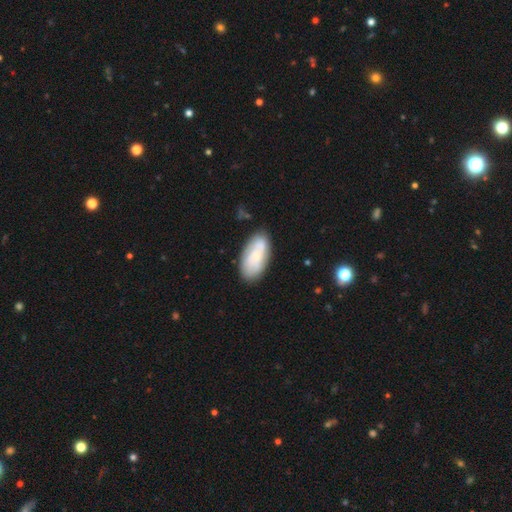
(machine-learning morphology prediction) Smooth or featured?
  - smooth: 50% *
  - featured or disk: 43%
  - star or artifact: 7%
How rounded?
  - in between: 91% *
  - cigar-shaped: 6%
  - round: 3%
Merging?
  - none: 76% *
  - minor disturbance: 17%
  - major disturbance: 4%
  - merger: 3%